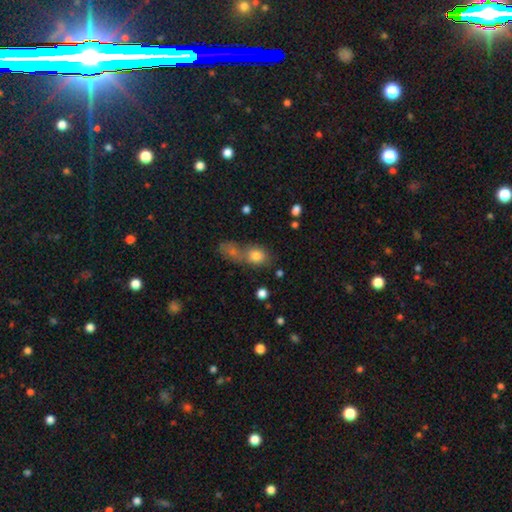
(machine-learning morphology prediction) This appears to be a smooth galaxy with no disk features (79%) that is in between round and cigar-shaped (51%). Merging: merger (50%).